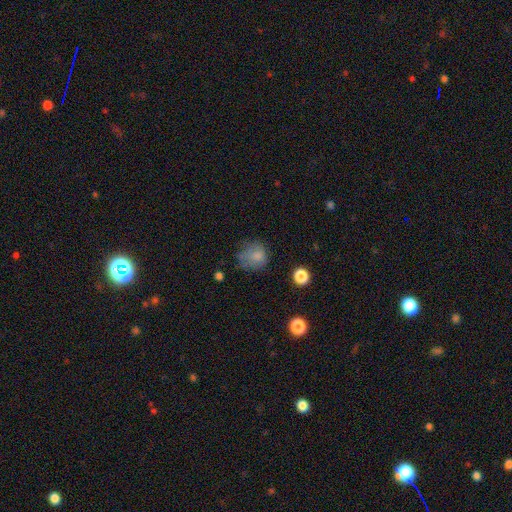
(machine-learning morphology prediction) Smooth or featured?
  - smooth: 76% *
  - featured or disk: 13%
  - star or artifact: 11%
How rounded?
  - round: 78% *
  - in between: 21%
  - cigar-shaped: 1%
Merging?
  - none: 53% *
  - minor disturbance: 28%
  - major disturbance: 17%
  - merger: 2%